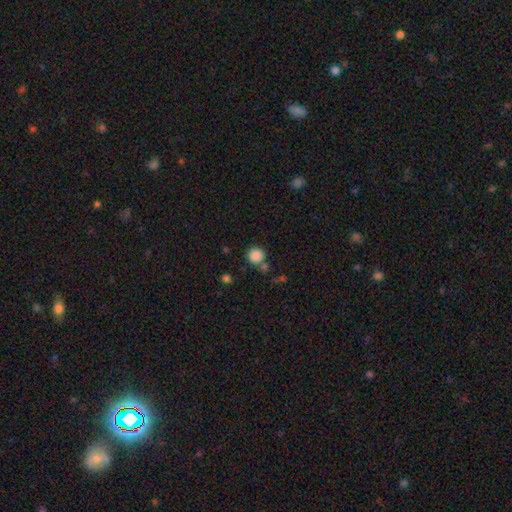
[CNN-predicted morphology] A smooth galaxy with no disk features (86%) that is round (92%).

Vote fractions:
- Smooth or featured? smooth: 86% / star or artifact: 10% / featured or disk: 4%
- How rounded? round: 92% / in between: 7% / cigar-shaped: 1%
- Merging? none: 74% / merger: 12% / minor disturbance: 10% / major disturbance: 4%